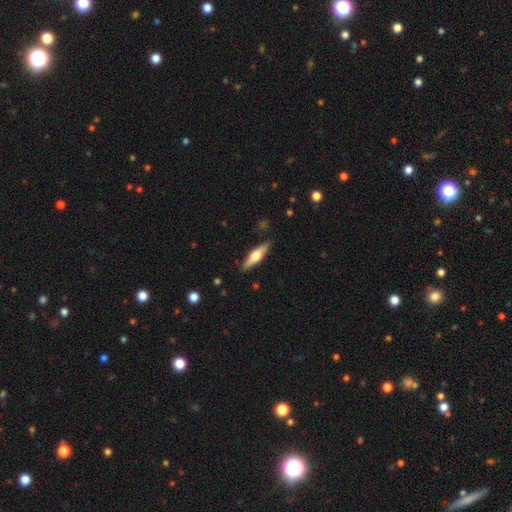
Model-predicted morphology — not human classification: smooth-or-featured: featured or disk: 56% | smooth: 38% | star or artifact: 6%
  disk-edge-on: yes: 95% | no: 5%
    edge-on-bulge: rounded: 92% | boxy: 6% | none: 2%
  merging: none: 88% | minor disturbance: 9% | major disturbance: 2% | merger: 1%